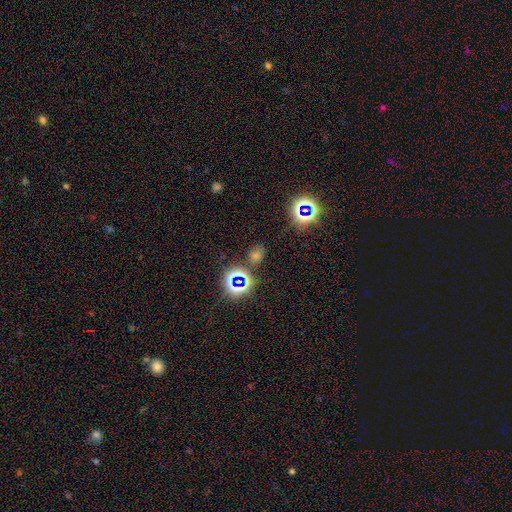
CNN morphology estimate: This is possibly a smooth galaxy (51%). How rounded: likely round (62%). Merging: likely none (77%).